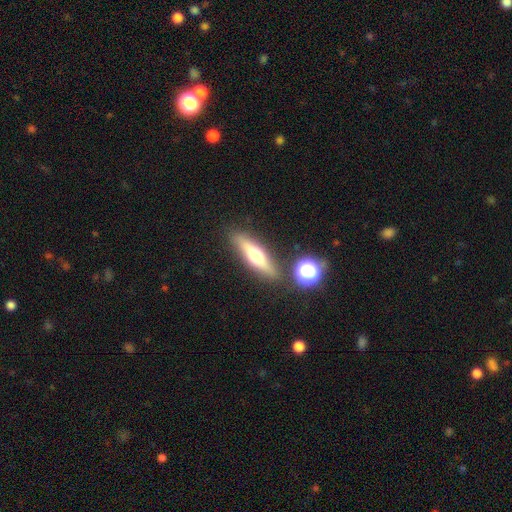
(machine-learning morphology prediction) type=featured or disk (48%); merging=none (82%).